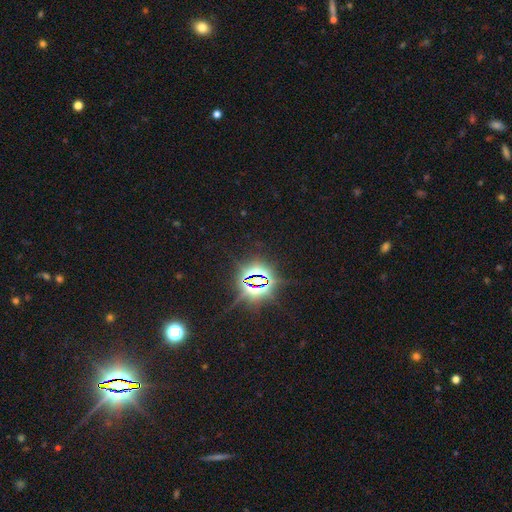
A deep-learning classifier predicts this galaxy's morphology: The model was most divided on "smooth or featured": star or artifact: 84%, smooth: 10%, featured or disk: 7%.